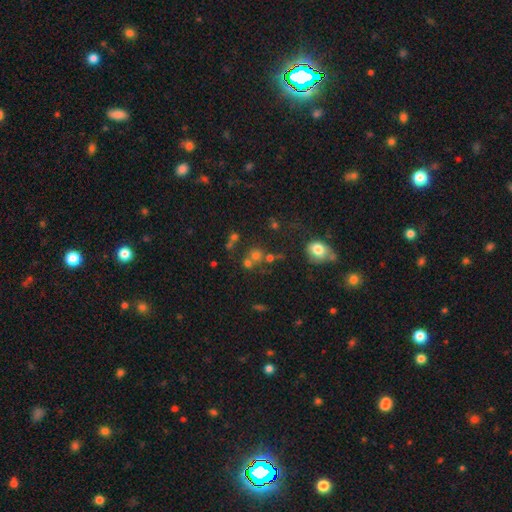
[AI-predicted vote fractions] Overall: smooth (61%; star or artifact 24%). How rounded: round (83%). Merging: none (51%; merger 34%).